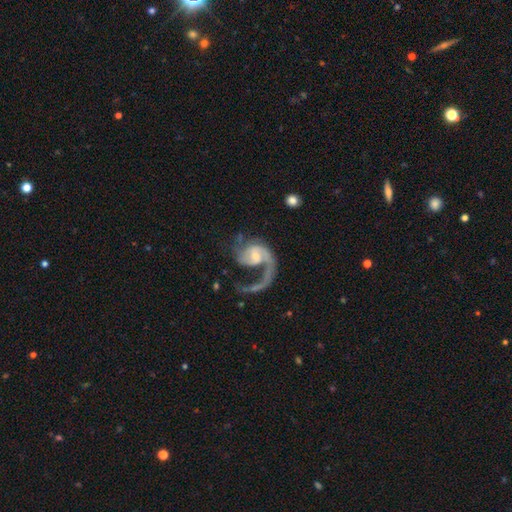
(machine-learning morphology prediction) Smooth or featured? Predicted: featured or disk (p=0.85). Edge-on disk? Predicted: no (p=0.98). Bar? Predicted: no (p=0.50). Spiral arms? Predicted: yes (p=0.94). Spiral winding? Predicted: loose (p=0.58). Spiral arm count? Predicted: 1 (p=0.66). Bulge size? Predicted: small (p=0.45). Merging? Predicted: major disturbance (p=0.51).